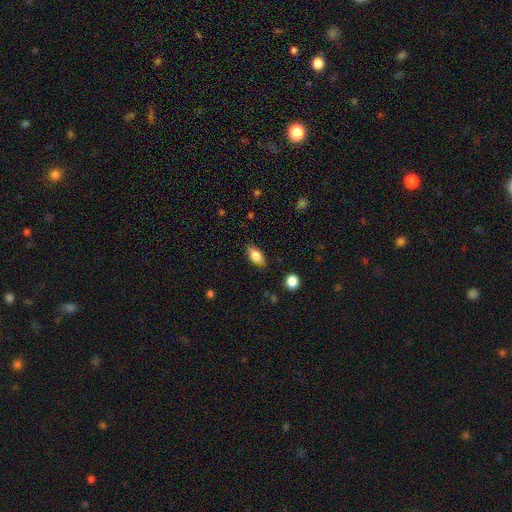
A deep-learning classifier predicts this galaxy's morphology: Smooth or featured? Predicted: smooth (p=0.78). How rounded? Predicted: in between (p=0.87). Merging? Predicted: none (p=0.82).